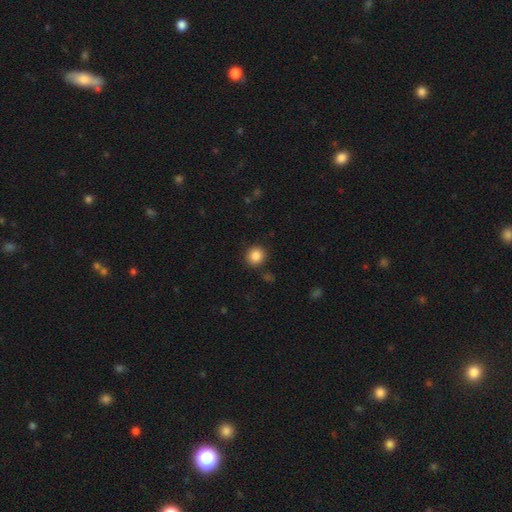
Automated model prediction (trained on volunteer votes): Smooth or featured? Predicted: smooth (p=0.86). How rounded? Predicted: round (p=0.89). Merging? Predicted: none (p=0.90).